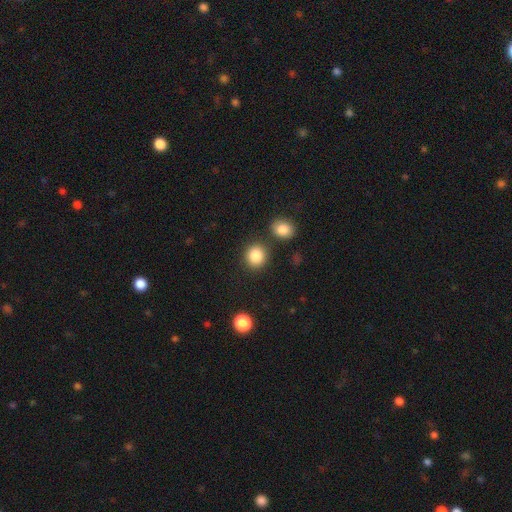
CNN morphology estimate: A smooth galaxy with no disk features (86%) that is round (84%).

Vote fractions:
- Smooth or featured? smooth: 86% / star or artifact: 9% / featured or disk: 5%
- How rounded? round: 84% / in between: 15% / cigar-shaped: 1%
- Merging? none: 81% / minor disturbance: 8% / merger: 8% / major disturbance: 3%